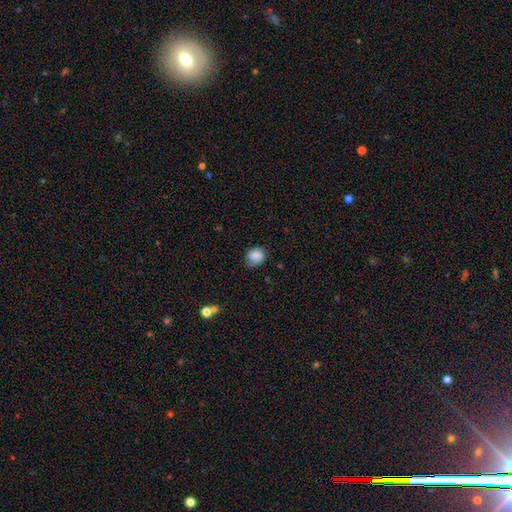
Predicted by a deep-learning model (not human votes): smooth 82%, featured or disk 9%, star or artifact 9%. Down the decision tree: how rounded — round (65%); merging — none (68%).